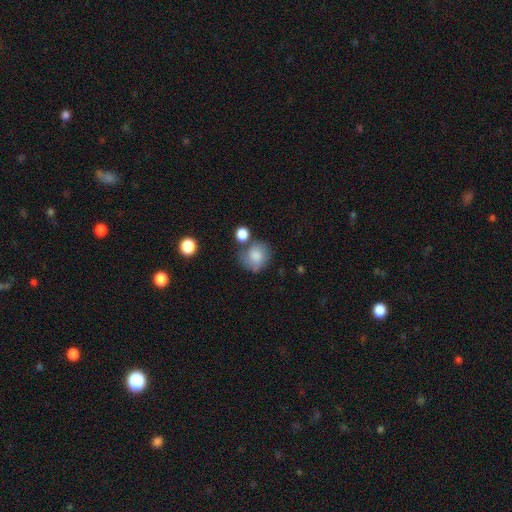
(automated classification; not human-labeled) The model was most divided on "merging": none: 56%, minor disturbance: 21%, merger: 15%, major disturbance: 8%. More confident: smooth or featured — smooth (81%); how rounded — round (76%).